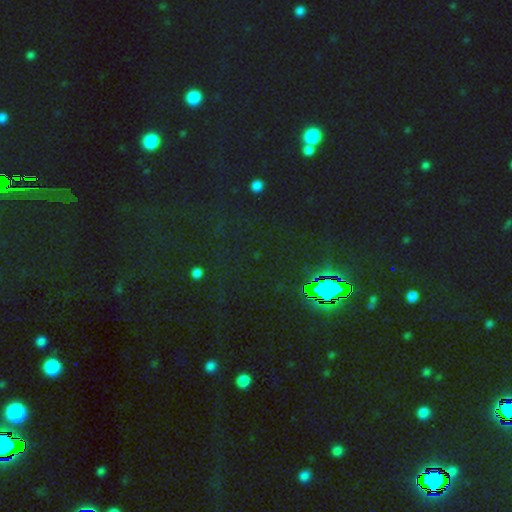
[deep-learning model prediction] A star or artifact, not a galaxy (78%).